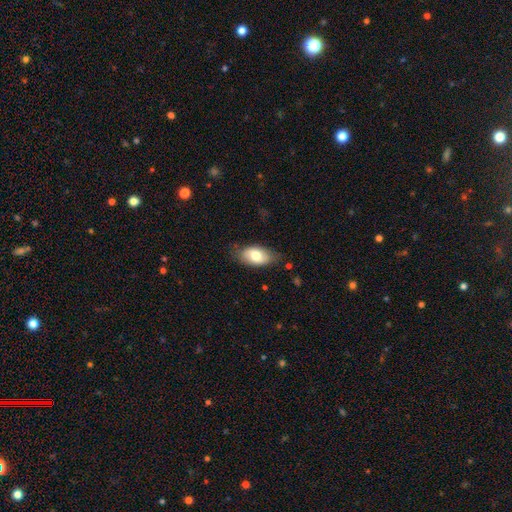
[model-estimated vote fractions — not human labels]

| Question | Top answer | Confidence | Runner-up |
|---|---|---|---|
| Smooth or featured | smooth | 72% | featured or disk (21%) |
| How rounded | in between | 93% | round (5%) |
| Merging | none | 73% | minor disturbance (21%) |